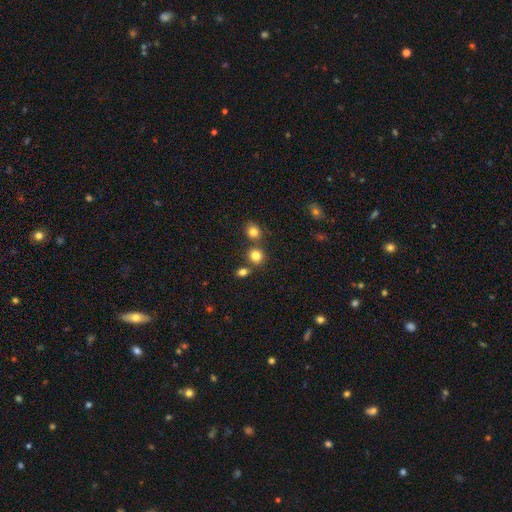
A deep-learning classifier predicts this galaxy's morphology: A smooth galaxy with no disk features (81%) that is round (79%).

Vote fractions:
- Smooth or featured? smooth: 81% / star or artifact: 13% / featured or disk: 6%
- How rounded? round: 79% / in between: 20% / cigar-shaped: 1%
- Merging? none: 69% / merger: 19% / minor disturbance: 9% / major disturbance: 3%